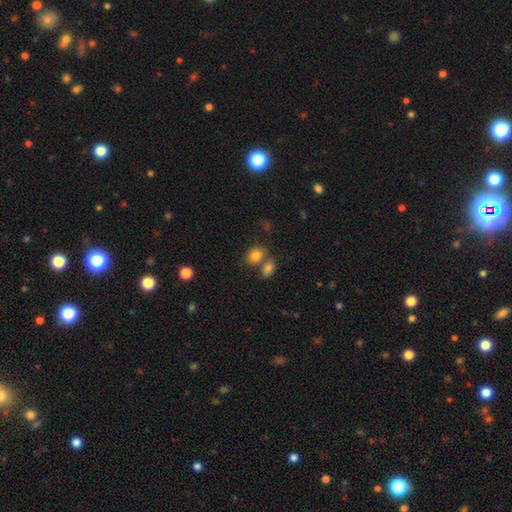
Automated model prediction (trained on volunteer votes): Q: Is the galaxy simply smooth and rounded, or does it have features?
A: smooth — 82%.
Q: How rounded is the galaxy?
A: in between — 57%.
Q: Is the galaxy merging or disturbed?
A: none — 52%.